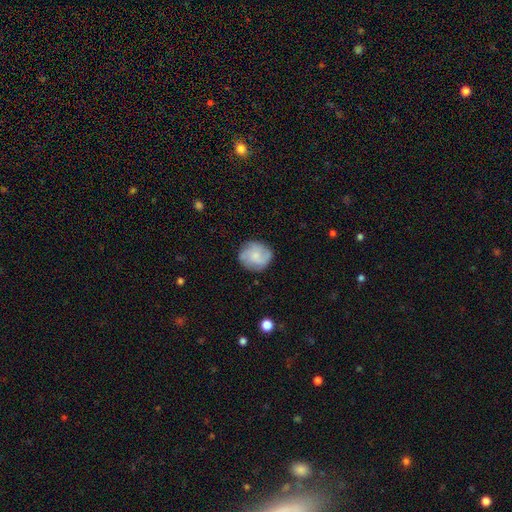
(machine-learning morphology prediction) Smooth or featured?
  - smooth: 51% *
  - featured or disk: 42%
  - star or artifact: 8%
How rounded?
  - round: 87% *
  - in between: 12%
  - cigar-shaped: 1%
Merging?
  - none: 81% *
  - minor disturbance: 14%
  - major disturbance: 4%
  - merger: 1%